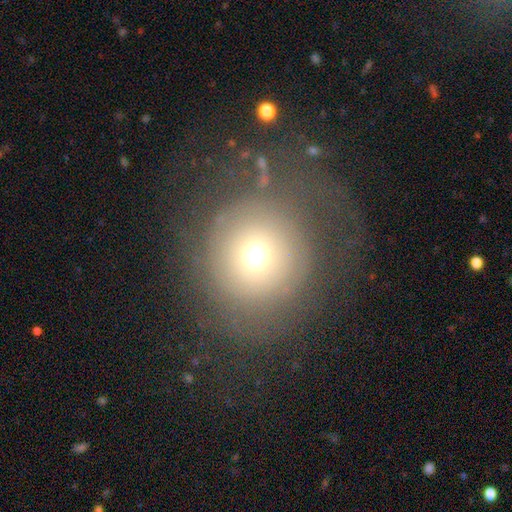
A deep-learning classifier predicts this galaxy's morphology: smooth 62%, featured or disk 21%, star or artifact 17%. Down the decision tree: how rounded — round (93%); merging — none (63%).